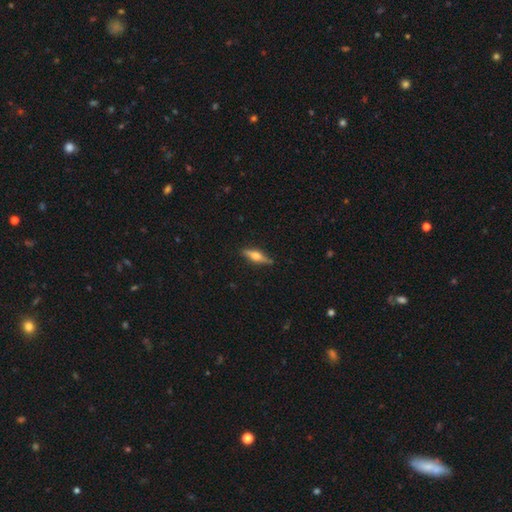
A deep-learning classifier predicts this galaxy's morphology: smooth_or_featured: featured or disk (p=0.56) [alt: smooth p=0.38]
disk_edge_on: yes (p=0.94) [alt: no p=0.06]
edge_on_bulge: rounded (p=0.93) [alt: boxy p=0.05]
merging: none (p=0.84) [alt: minor disturbance p=0.12]